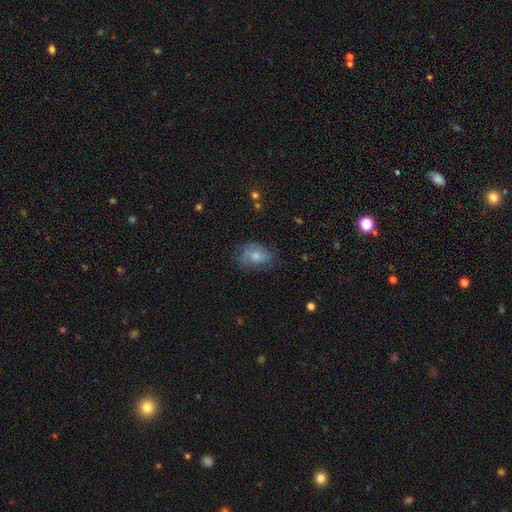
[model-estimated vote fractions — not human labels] Smooth or featured? smooth (62%)
How rounded? in between (72%)
Merging? none (57%)